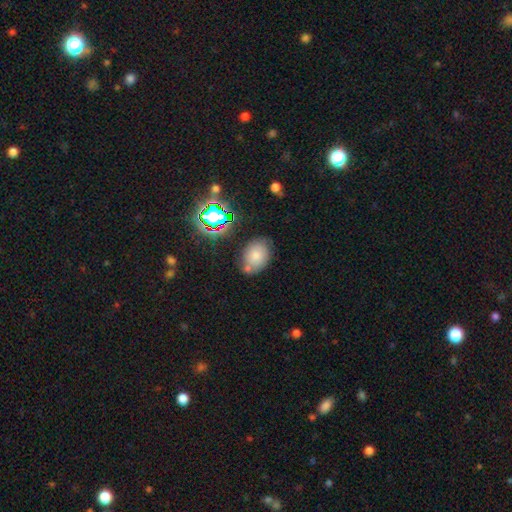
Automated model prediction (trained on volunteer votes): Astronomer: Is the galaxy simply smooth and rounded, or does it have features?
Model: smooth — 71%.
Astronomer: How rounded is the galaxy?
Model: in between — 73%.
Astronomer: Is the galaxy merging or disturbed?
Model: none — 65%.